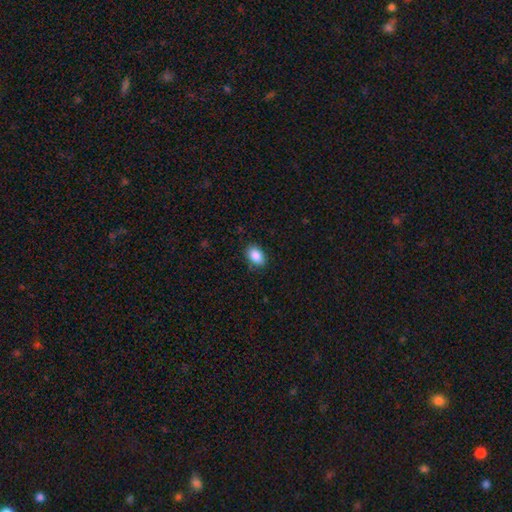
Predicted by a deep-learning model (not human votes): A smooth galaxy with no disk features (89%) that is in between round and cigar-shaped (87%). Merging: none (85%).